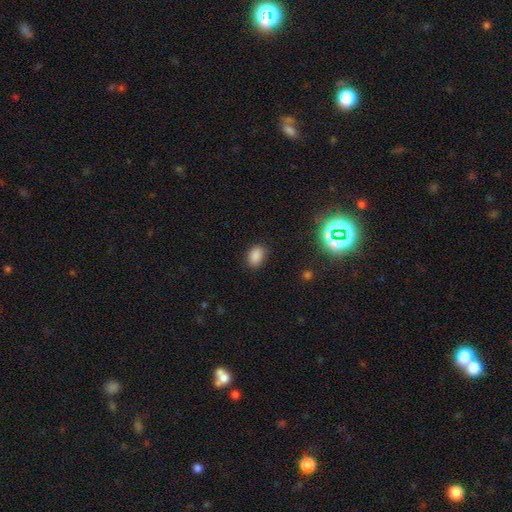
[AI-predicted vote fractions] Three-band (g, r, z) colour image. It shows a smooth galaxy with no disk features (85%) that is in between round and cigar-shaped (78%). Merging: none (85%).